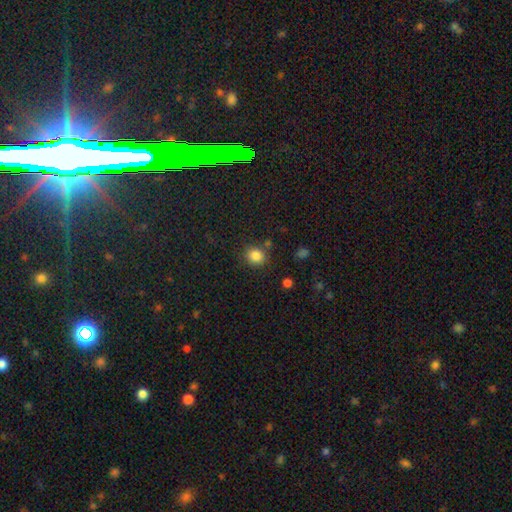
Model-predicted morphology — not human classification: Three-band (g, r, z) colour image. It shows a smooth galaxy with no disk features (84%) that is round (82%). Merging: none (81%).